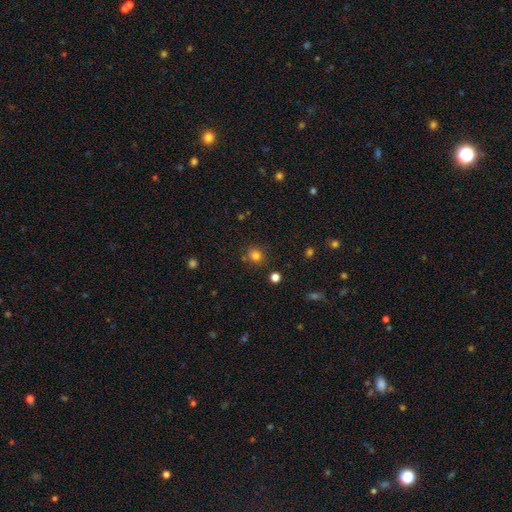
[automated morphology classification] A smooth galaxy with no disk features (79%) that is round (81%). Merging: none (81%).